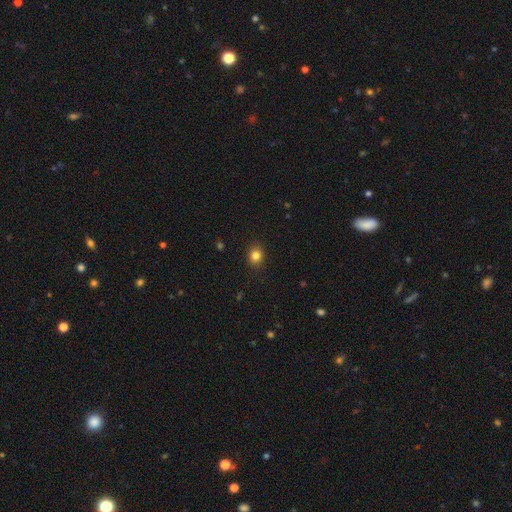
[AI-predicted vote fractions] Smooth or featured? Predicted: smooth (p=0.83). How rounded? Predicted: round (p=0.61). Merging? Predicted: none (p=0.89).